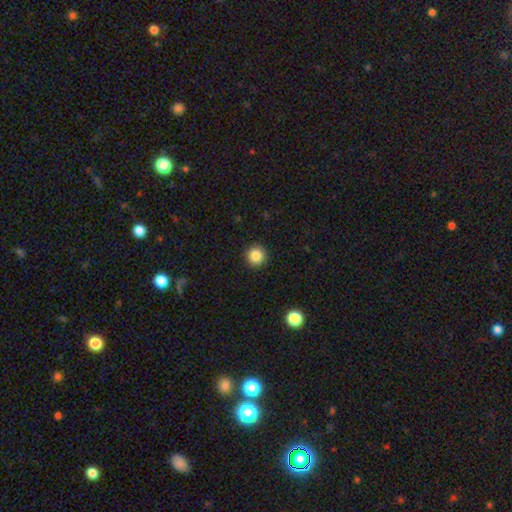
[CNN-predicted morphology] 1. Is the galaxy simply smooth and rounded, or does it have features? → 86% smooth, 10% star or artifact, 4% featured or disk.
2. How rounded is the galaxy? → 96% round, 3% in between, 1% cigar-shaped.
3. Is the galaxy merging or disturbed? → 93% none, 4% minor disturbance, 2% major disturbance, 1% merger.